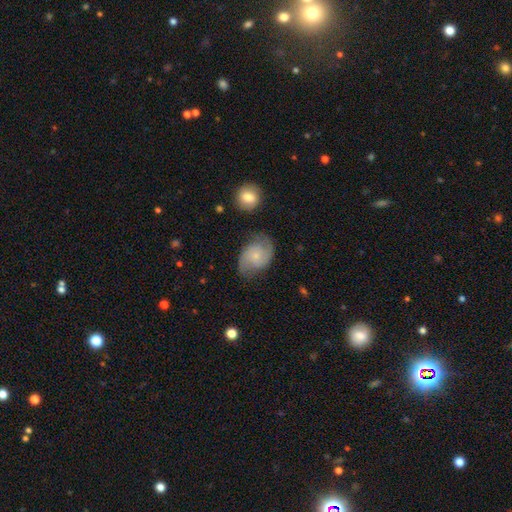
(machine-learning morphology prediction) Q: Smooth or featured?
A: featured or disk (60%); runner-up: smooth (33%)
Q: Edge-on disk?
A: no (97%); runner-up: yes (3%)
Q: Bar?
A: no (72%); runner-up: weak (24%)
Q: Spiral arms?
A: yes (89%); runner-up: no (11%)
Q: Spiral winding?
A: medium (47%); runner-up: loose (28%)
Q: Spiral arm count?
A: 2 (86%); runner-up: can't tell (8%)
Q: Bulge size?
A: small (71%); runner-up: moderate (21%)
Q: Merging?
A: none (65%); runner-up: minor disturbance (23%)